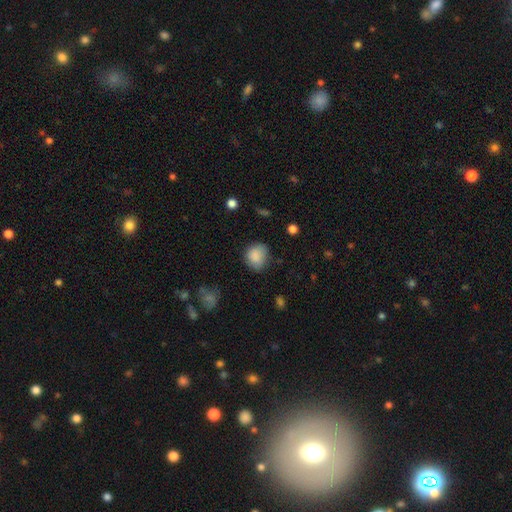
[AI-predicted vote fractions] Smooth or featured? Predicted: smooth (p=0.86). How rounded? Predicted: round (p=0.72). Merging? Predicted: none (p=0.68).